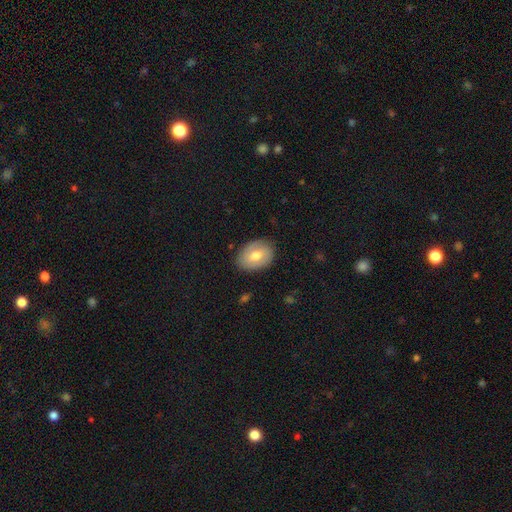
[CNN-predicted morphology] type=smooth (64%); roundness=in between (77%); merging=none (81%).